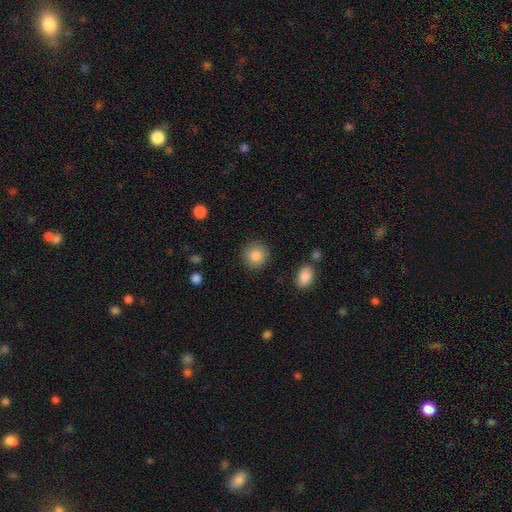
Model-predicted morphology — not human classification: Overall: smooth (87%). How rounded: round (91%). Merging: none (89%).